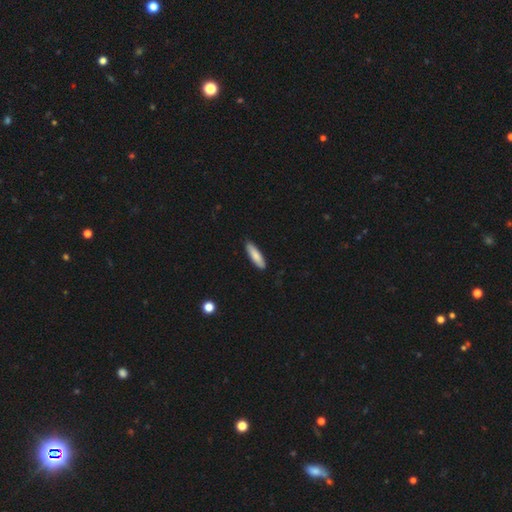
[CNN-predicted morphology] This appears to be a smooth galaxy with no disk features (82%) that is cigar-shaped (66%). Merging: none (88%).